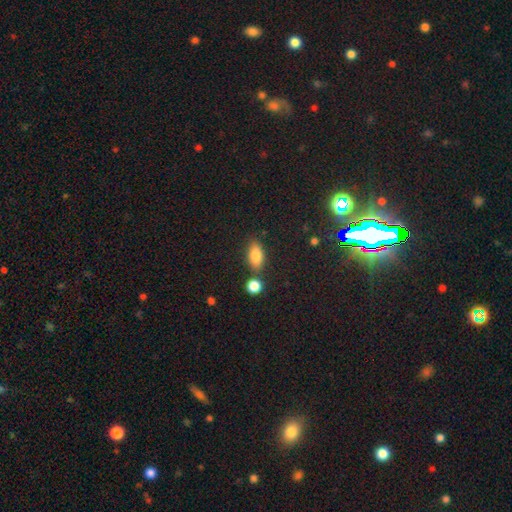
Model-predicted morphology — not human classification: The model was most divided on "merging": none: 76%, minor disturbance: 12%, merger: 9%, major disturbance: 3%. More confident: how rounded — in between (85%); smooth or featured — smooth (81%).